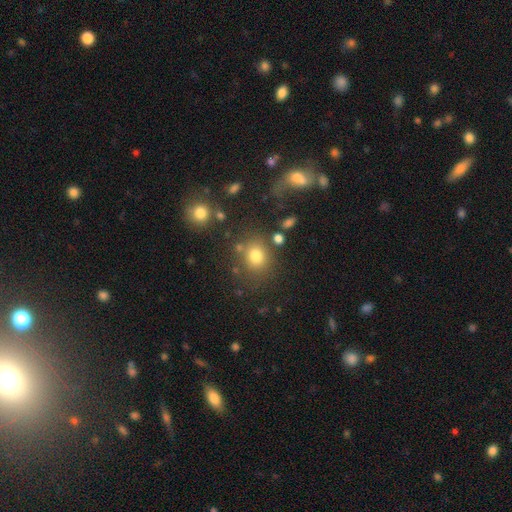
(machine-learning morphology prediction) A smooth galaxy with no disk features (77%) that is round (70%). Merging: none (73%).